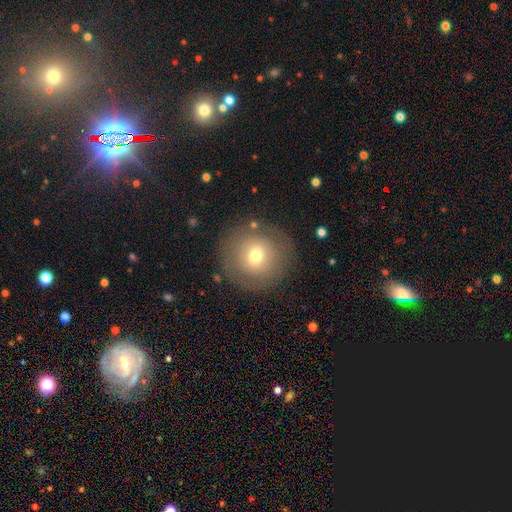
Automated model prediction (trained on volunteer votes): smooth_or_featured: smooth (p=0.67) [alt: featured or disk p=0.22]
how_rounded: round (p=0.94) [alt: in between p=0.05]
merging: none (p=0.85) [alt: minor disturbance p=0.09]